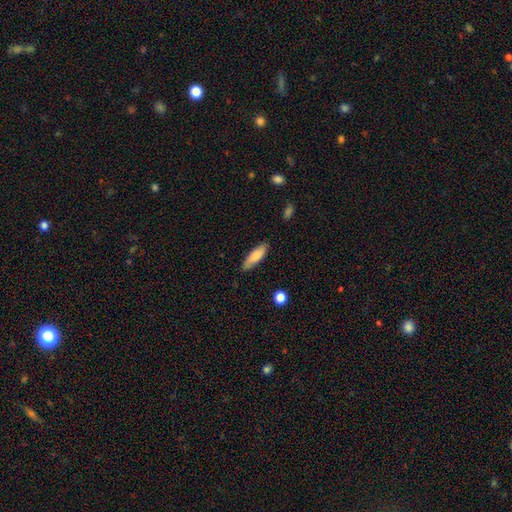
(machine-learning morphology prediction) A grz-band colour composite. It shows a smooth galaxy with no disk features (81%) that is cigar-shaped (51%). Merging: none (82%).